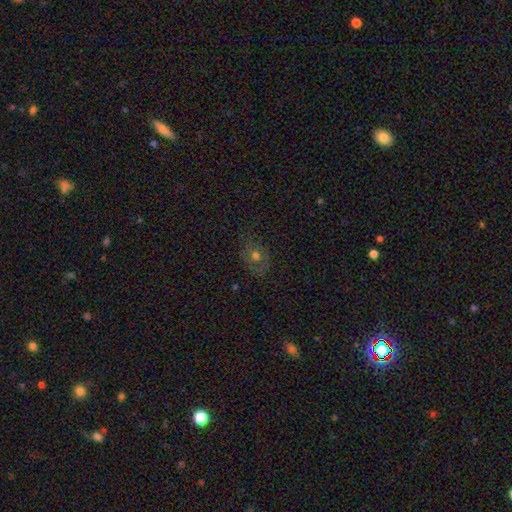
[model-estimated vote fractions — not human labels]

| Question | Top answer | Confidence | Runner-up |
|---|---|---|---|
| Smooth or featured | smooth | 56% | featured or disk (26%) |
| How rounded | round | 53% | in between (46%) |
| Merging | none | 73% | minor disturbance (19%) |